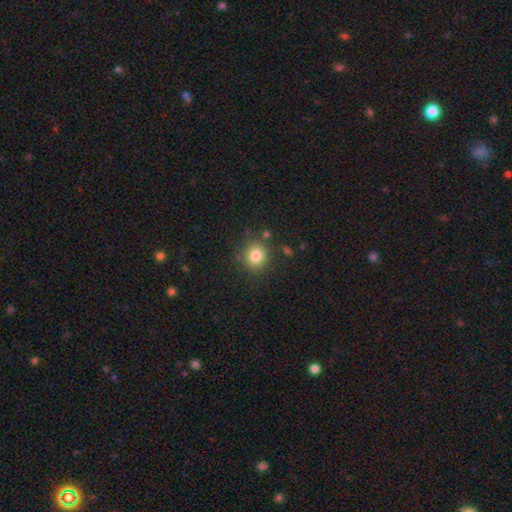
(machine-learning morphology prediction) This is clearly a smooth galaxy (82%). How rounded: clearly round (84%). Merging: clearly none (82%).